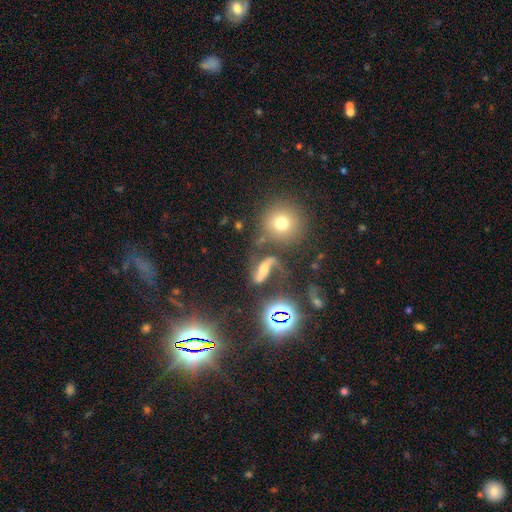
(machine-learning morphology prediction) smooth-or-featured: star or artifact: 53% | smooth: 35% | featured or disk: 12%